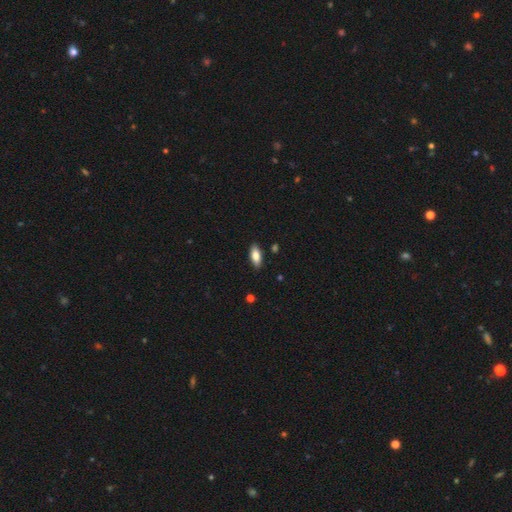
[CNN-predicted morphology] Q: Smooth or featured?
A: smooth (81%); runner-up: featured or disk (13%)
Q: How rounded?
A: in between (82%); runner-up: cigar-shaped (15%)
Q: Merging?
A: none (87%); runner-up: minor disturbance (10%)